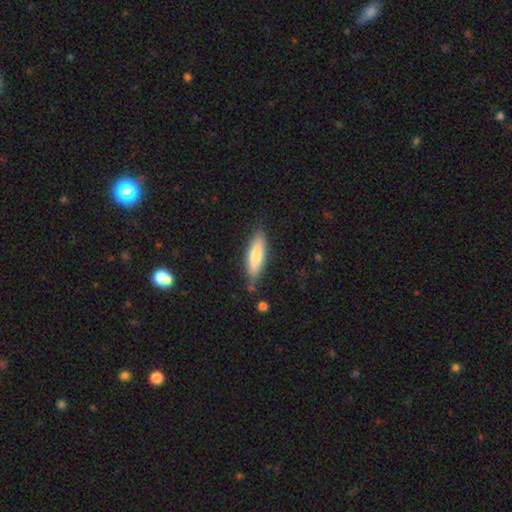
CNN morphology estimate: Q: Smooth or featured?
A: smooth (71%); runner-up: featured or disk (24%)
Q: How rounded?
A: cigar-shaped (68%); runner-up: in between (31%)
Q: Merging?
A: none (80%); runner-up: minor disturbance (15%)